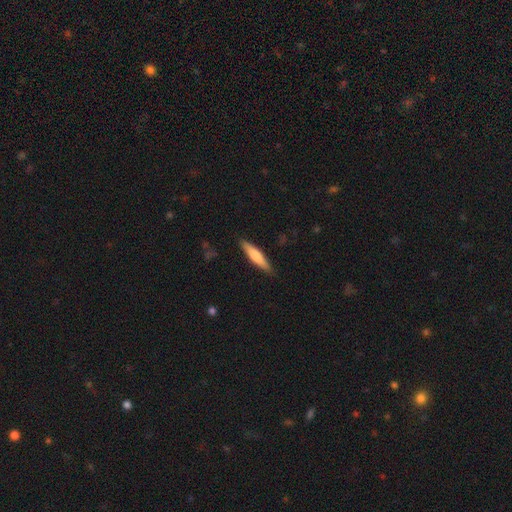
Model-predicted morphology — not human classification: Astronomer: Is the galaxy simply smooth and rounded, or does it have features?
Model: smooth — 62%.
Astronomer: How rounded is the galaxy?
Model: cigar-shaped — 85%.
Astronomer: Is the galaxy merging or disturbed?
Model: none — 88%.